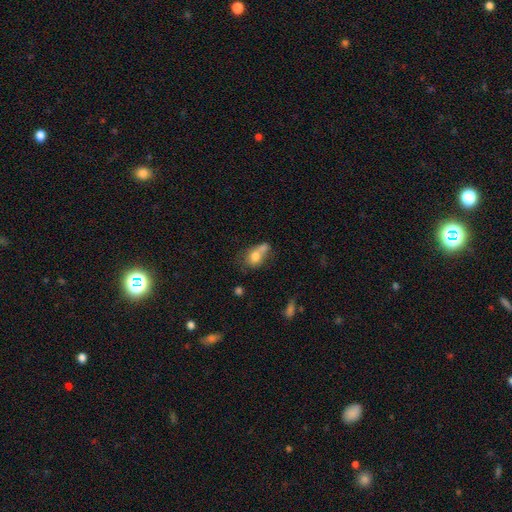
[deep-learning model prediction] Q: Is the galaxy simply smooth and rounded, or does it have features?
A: smooth — 72%.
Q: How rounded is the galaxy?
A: in between — 62%.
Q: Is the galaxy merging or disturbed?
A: merger — 47%.